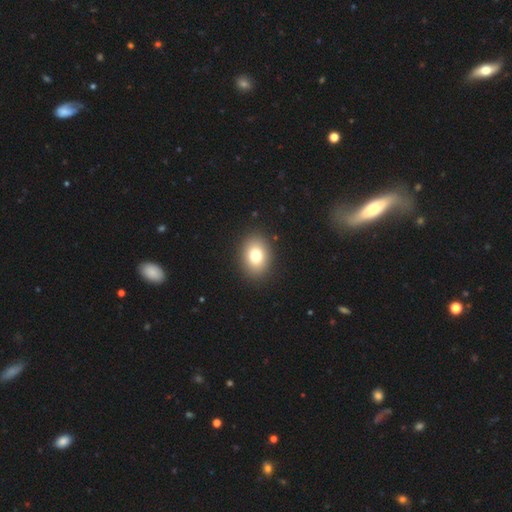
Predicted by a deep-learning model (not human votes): This appears to be a smooth galaxy with no disk features (78%) that is in between round and cigar-shaped (63%). Merging: none (90%).